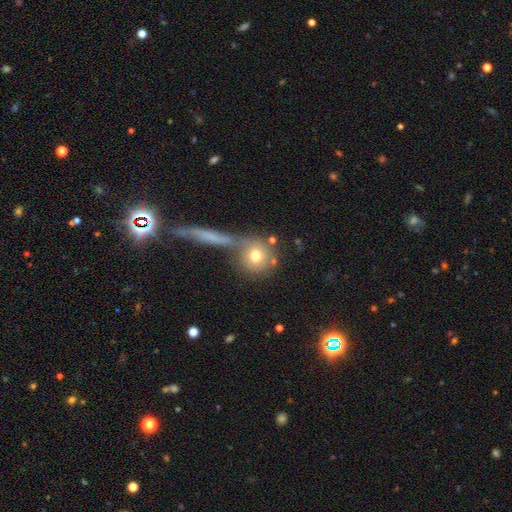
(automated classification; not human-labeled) A smooth galaxy with no disk features (72%) that is round (89%).

Vote fractions:
- Smooth or featured? smooth: 72% / featured or disk: 18% / star or artifact: 10%
- How rounded? round: 89% / in between: 8% / cigar-shaped: 3%
- Merging? none: 57% / merger: 26% / minor disturbance: 11% / major disturbance: 6%